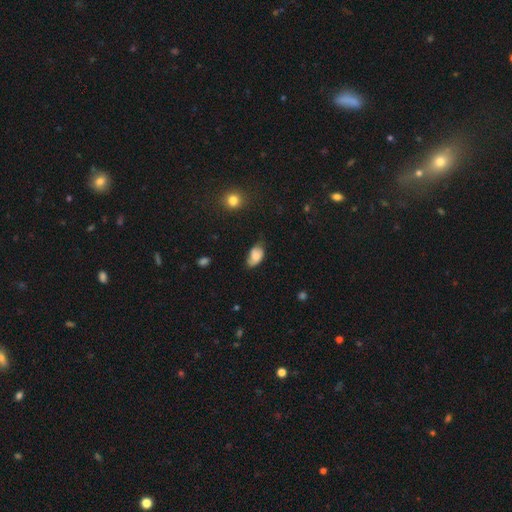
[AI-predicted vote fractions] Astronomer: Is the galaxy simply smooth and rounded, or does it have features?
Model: smooth — 73%.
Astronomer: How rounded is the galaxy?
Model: in between — 92%.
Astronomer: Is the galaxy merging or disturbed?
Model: none — 48% (runner-up: minor disturbance, 38%).